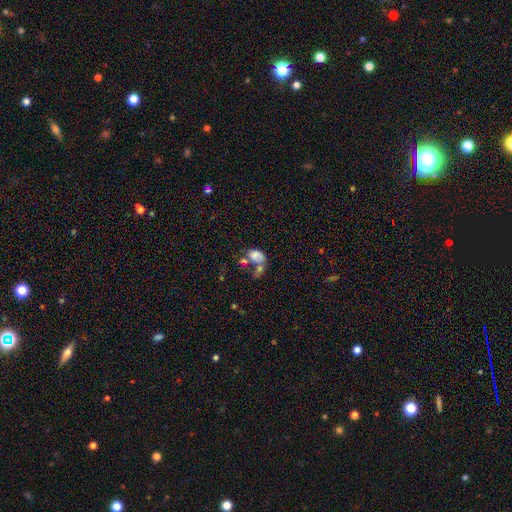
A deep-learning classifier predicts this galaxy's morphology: Smooth or featured: smooth — 63% (featured or disk — 25%)
How rounded: in between — 80% (round — 18%)
Merging: merger — 48% (major disturbance — 23%)